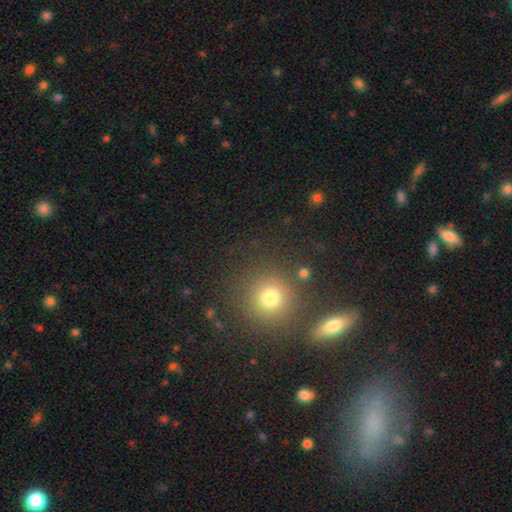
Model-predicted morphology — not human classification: smooth 59%, star or artifact 30%, featured or disk 11%. Down the decision tree: how rounded — round (88%); merging — none (80%).